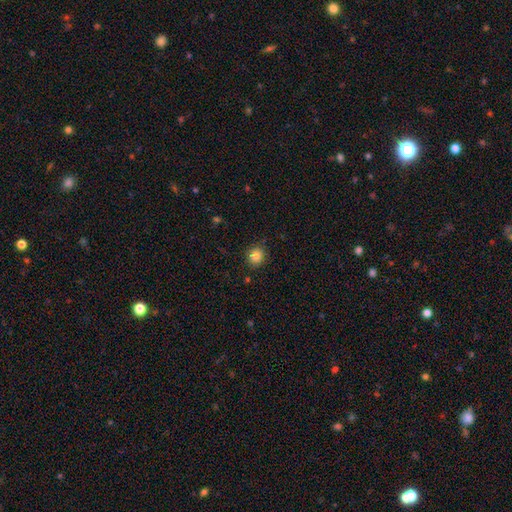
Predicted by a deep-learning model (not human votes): This appears to be a smooth galaxy with no disk features (83%) that is round (87%). Merging: none (87%).